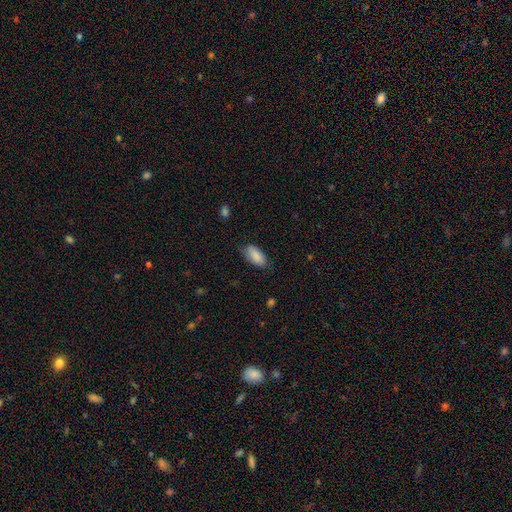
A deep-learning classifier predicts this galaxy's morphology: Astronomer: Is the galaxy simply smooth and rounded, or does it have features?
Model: smooth — 86%.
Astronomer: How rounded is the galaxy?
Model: in between — 91%.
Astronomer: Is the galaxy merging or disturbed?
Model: none — 76%.